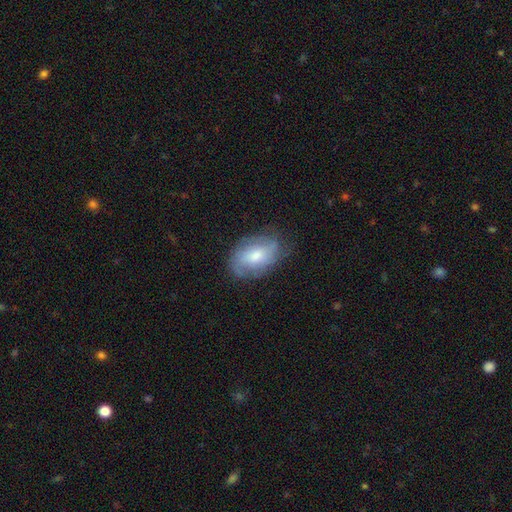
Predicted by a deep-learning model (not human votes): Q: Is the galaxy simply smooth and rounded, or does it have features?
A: smooth — 47%.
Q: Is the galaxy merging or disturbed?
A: none — 66%.